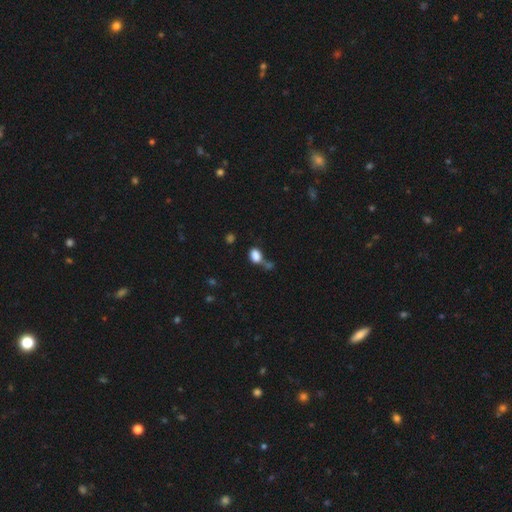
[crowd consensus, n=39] This is clearly a smooth galaxy (90%). How rounded: clearly in between (80%). Merging: marginally none (32%).